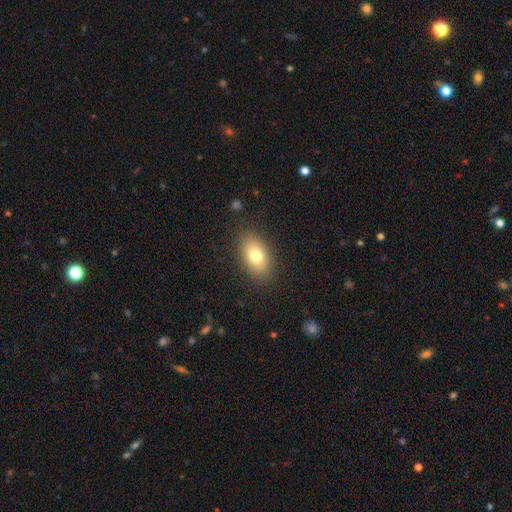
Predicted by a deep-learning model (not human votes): Smooth or featured: smooth — 77% (featured or disk — 14%)
How rounded: in between — 88% (round — 9%)
Merging: none — 86% (minor disturbance — 10%)